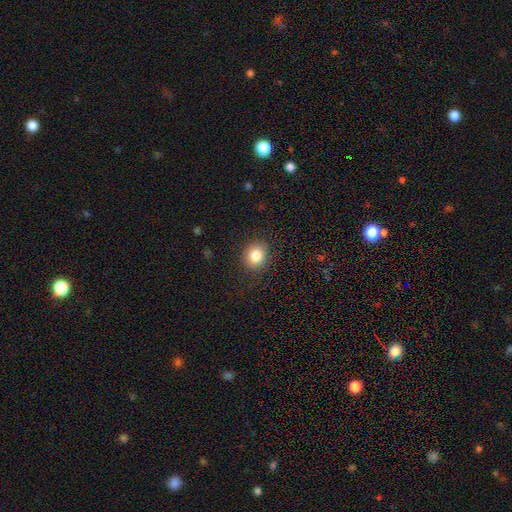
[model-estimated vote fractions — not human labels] Overall: smooth (84%). How rounded: round (78%). Merging: none (88%).